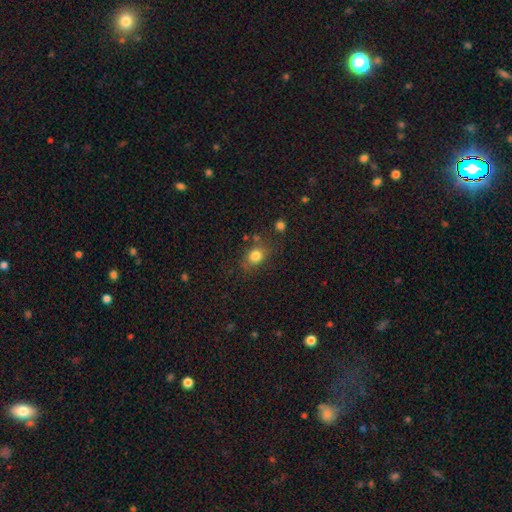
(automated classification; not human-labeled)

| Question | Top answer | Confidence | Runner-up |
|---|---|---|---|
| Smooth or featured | smooth | 81% | star or artifact (12%) |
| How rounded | round | 56% | in between (42%) |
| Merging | none | 72% | minor disturbance (17%) |